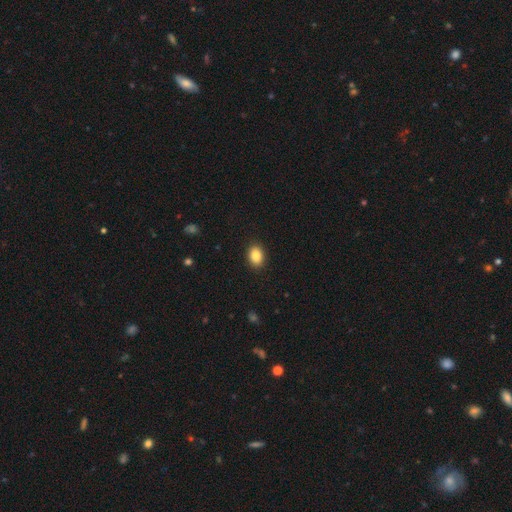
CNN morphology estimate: Overall: smooth (87%). How rounded: in between (72%). Merging: none (90%).